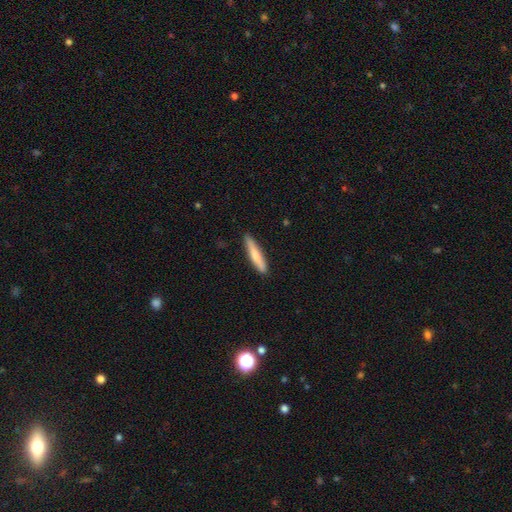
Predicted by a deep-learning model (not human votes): This appears to be a smooth galaxy with no disk features (73%) that is cigar-shaped (90%). Merging: none (88%).